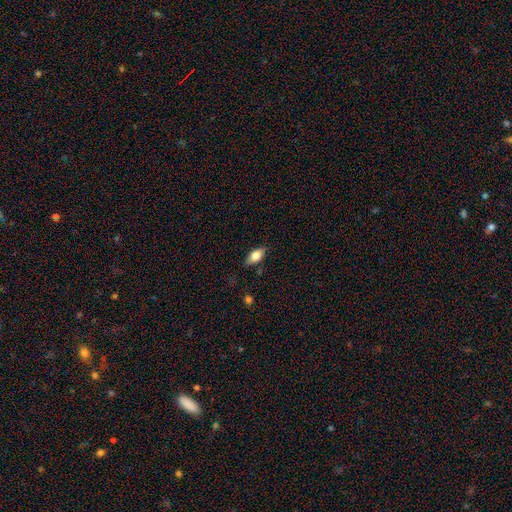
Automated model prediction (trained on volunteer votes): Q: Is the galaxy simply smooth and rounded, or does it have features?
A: smooth — 75%.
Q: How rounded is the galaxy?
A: in between — 86%.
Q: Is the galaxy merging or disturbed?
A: none — 82%.